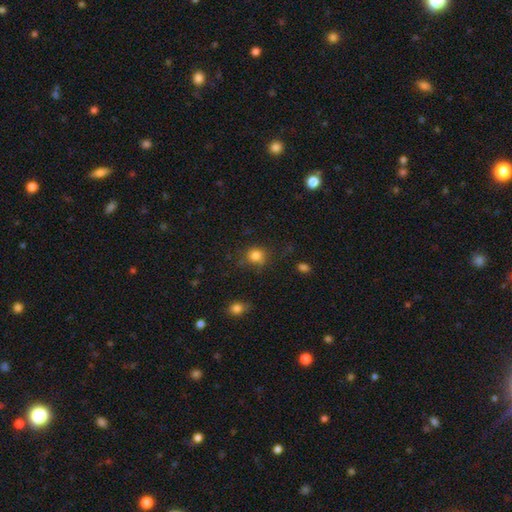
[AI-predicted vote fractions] This is clearly a smooth galaxy (82%). How rounded: likely round (79%). Merging: likely none (72%).